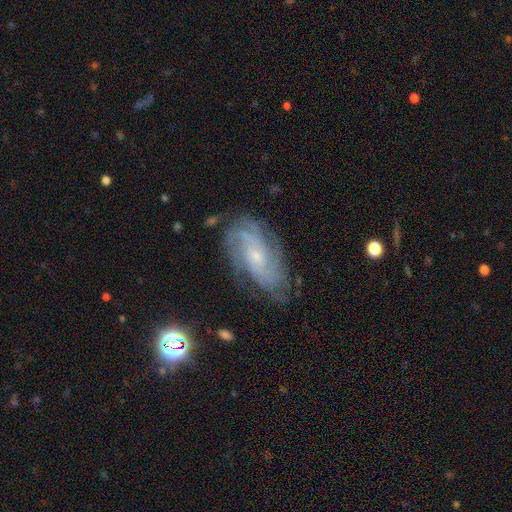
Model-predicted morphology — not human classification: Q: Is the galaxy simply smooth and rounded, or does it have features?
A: featured or disk — 81%.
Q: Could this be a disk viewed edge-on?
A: no — 94%.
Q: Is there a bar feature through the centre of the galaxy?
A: no — 69%.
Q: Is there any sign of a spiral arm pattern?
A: yes — 95%.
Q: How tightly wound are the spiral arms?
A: tight — 54%.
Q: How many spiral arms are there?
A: can't tell — 34%.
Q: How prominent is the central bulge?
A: small — 68%.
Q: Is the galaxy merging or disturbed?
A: none — 73%.